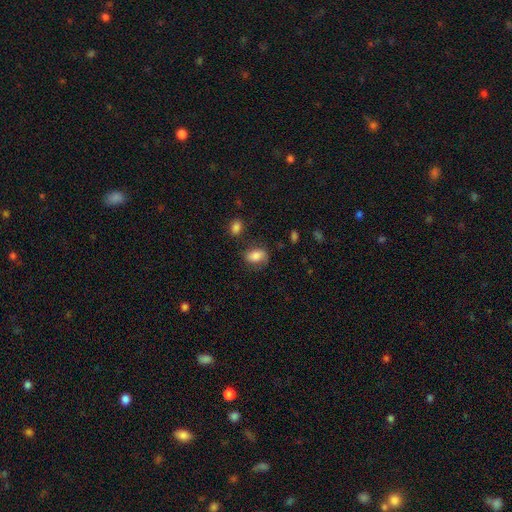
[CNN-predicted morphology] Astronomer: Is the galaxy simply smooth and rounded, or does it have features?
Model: smooth — 76%.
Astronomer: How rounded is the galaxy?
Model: in between — 86%.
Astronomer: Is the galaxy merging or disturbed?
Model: none — 67%.